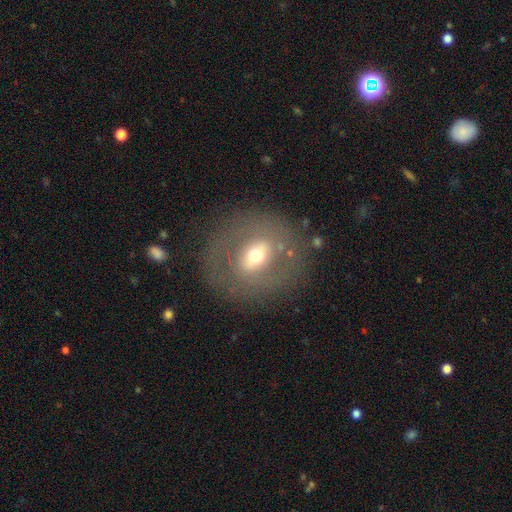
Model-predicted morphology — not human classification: This appears to be a featured or disk galaxy (57%) with a weak bar (44%), no spiral arms (71%) and a moderate central bulge (60%). Merging: none (80%).